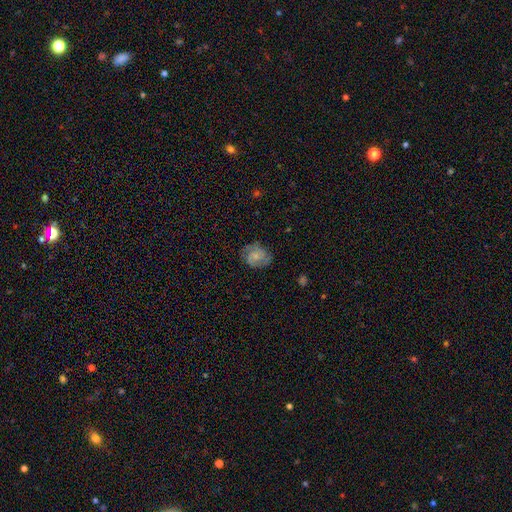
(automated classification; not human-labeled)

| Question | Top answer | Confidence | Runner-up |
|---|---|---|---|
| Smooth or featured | featured or disk | 48% | smooth (44%) |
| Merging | none | 69% | minor disturbance (22%) |